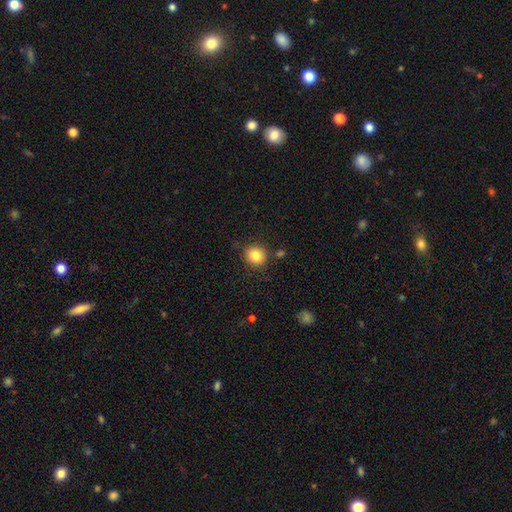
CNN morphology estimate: Smooth or featured? smooth (84%)
How rounded? round (85%)
Merging? none (85%)